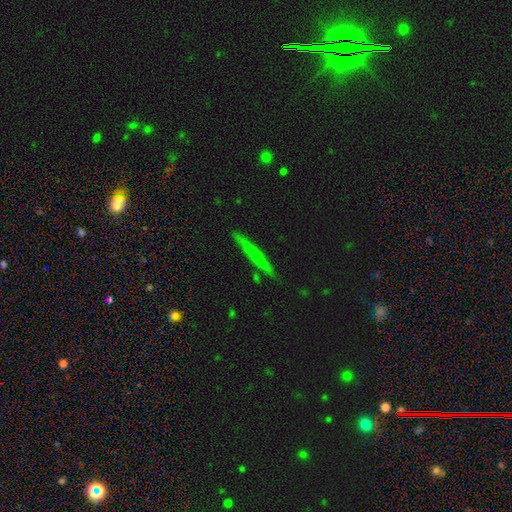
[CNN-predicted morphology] A smooth galaxy with no disk features (54%) that is cigar-shaped (95%). Merging: none (88%).